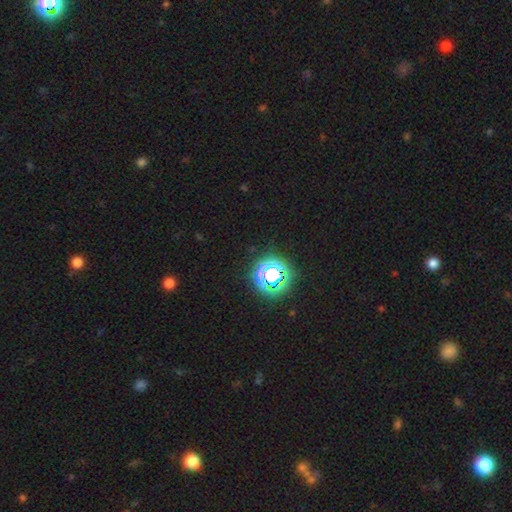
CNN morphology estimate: Smooth or featured: star or artifact — 77% (smooth — 17%)